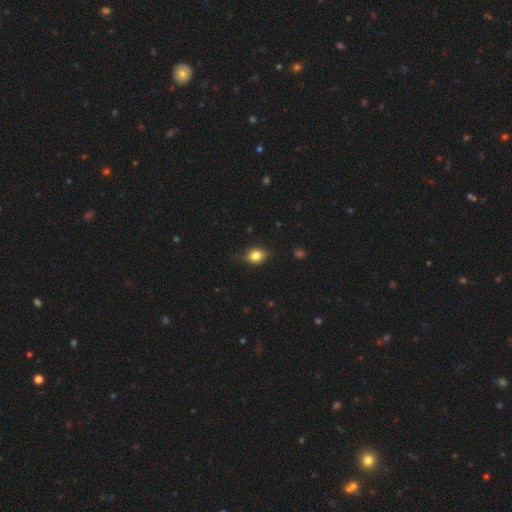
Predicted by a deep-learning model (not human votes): A smooth galaxy with no disk features (80%) that is in between round and cigar-shaped (65%).

Vote fractions:
- Smooth or featured? smooth: 80% / featured or disk: 11% / star or artifact: 9%
- How rounded? in between: 65% / round: 33% / cigar-shaped: 2%
- Merging? none: 76% / minor disturbance: 19% / major disturbance: 3% / merger: 1%